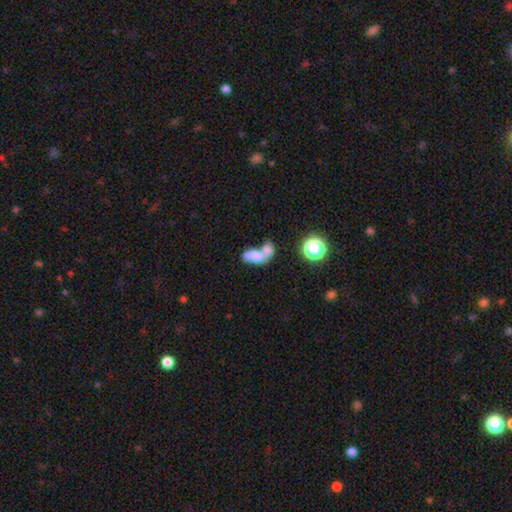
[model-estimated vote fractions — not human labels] Smooth or featured: smooth — 58% (featured or disk — 30%)
How rounded: in between — 78% (round — 18%)
Merging: merger — 67% (none — 19%)